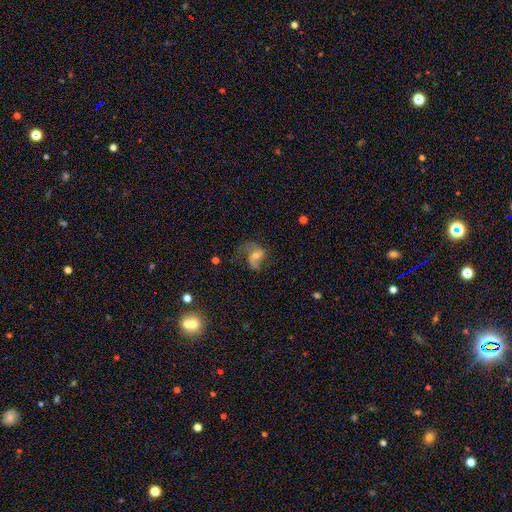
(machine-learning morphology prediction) A featured or disk galaxy (78%) with no bar (45%), 2 (83%) loose (55%) spiral arms (93%) and a moderate central bulge (55%).

Vote fractions:
- Smooth or featured? featured or disk: 78% / smooth: 14% / star or artifact: 8%
- Edge-on disk? no: 97% / yes: 3%
- Bar? no: 45% / weak: 41% / strong: 14%
- Spiral arms? yes: 93% / no: 7%
- Spiral winding? loose: 55% / medium: 36% / tight: 8%
- Spiral arm count? 2: 83% / 1: 8% / can't tell: 4% / 3: 2% / 4: 1% / more than 4: 1%
- Bulge size? moderate: 55% / small: 36% / large: 4% / none: 3% / dominant: 1%
- Merging? none: 53% / major disturbance: 23% / minor disturbance: 21% / merger: 3%